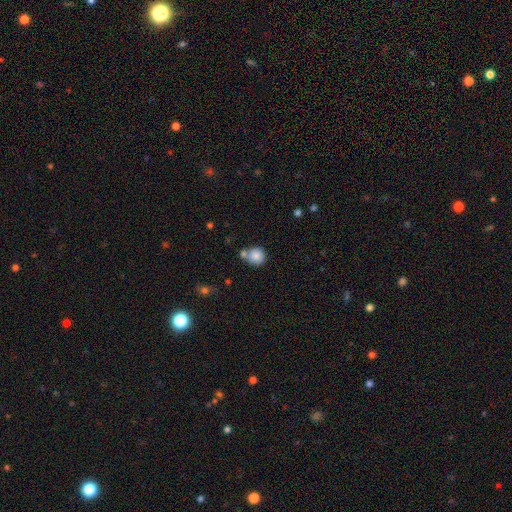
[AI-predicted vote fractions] smooth 82%, featured or disk 9%, star or artifact 9%. Down the decision tree: how rounded — round (91%); merging — none (58%).